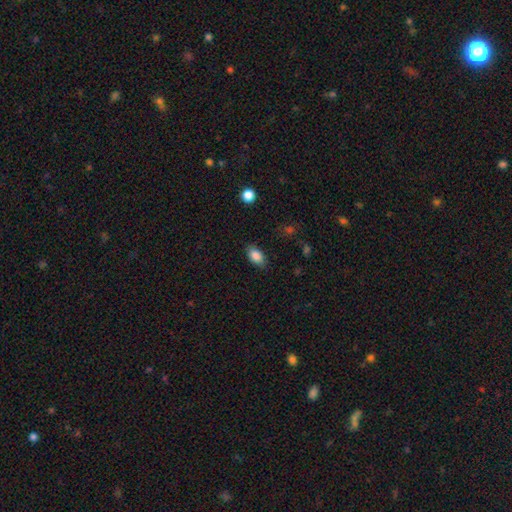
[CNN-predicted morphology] Overall: smooth (86%). How rounded: in between (90%). Merging: none (82%).